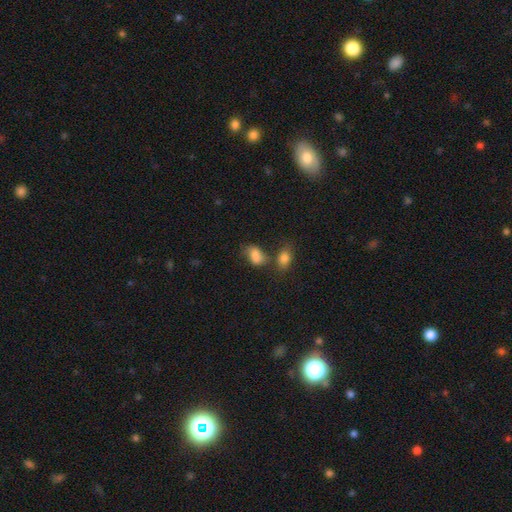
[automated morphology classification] smooth_or_featured: smooth (p=0.82) [alt: star or artifact p=0.10]
how_rounded: in between (p=0.84) [alt: round p=0.14]
merging: none (p=0.40) [alt: merger p=0.31]